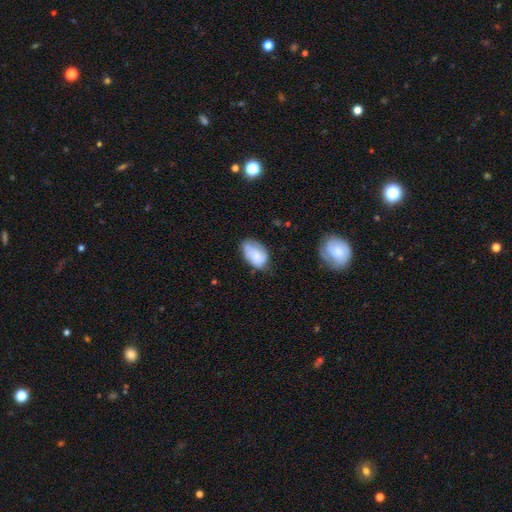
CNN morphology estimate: Overall: smooth (71%). How rounded: in between (90%). Merging: none (52%; minor disturbance 35%).